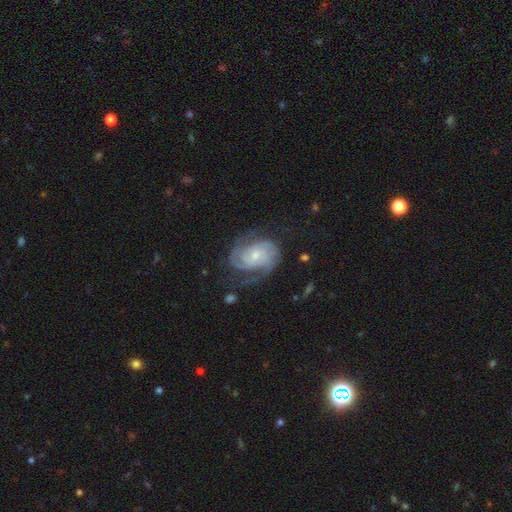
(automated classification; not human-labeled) Overall: featured or disk (88%). Edge-on disk: no (98%). Bar: no (61%; weak 32%). Spiral arms: yes (97%). Spiral arm count: 2 (50%; 3 21%). Spiral winding: tight (56%; medium 35%). Bulge size: small (52%; moderate 42%). Merging: none (65%).